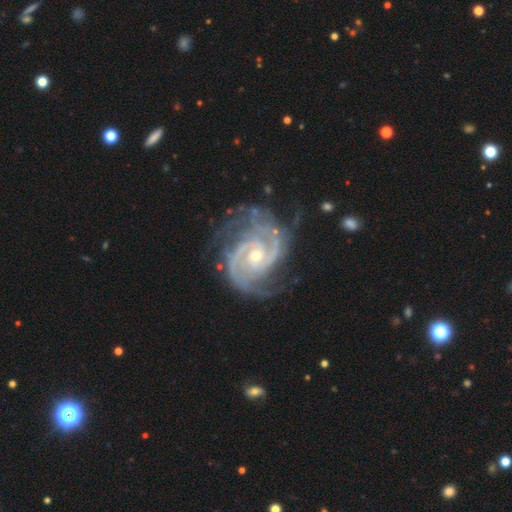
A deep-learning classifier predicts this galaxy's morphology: This appears to be a featured or disk galaxy (93%) with no bar (57%), 2 (62%) tight (50%) spiral arms (99%) and a small central bulge (49%). Merging: none (65%).